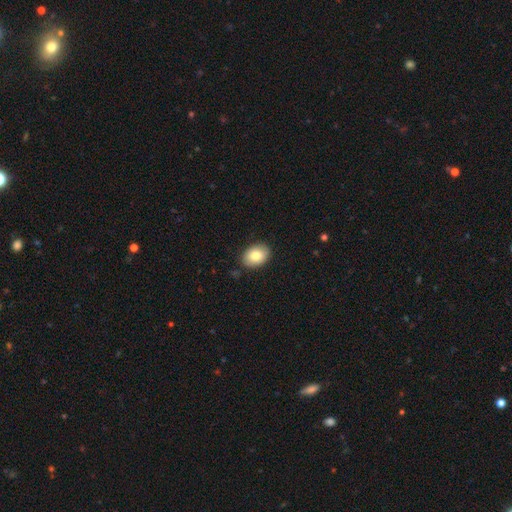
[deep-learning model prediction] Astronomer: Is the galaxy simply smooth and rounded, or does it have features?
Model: smooth — 81%.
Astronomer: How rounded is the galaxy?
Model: in between — 79%.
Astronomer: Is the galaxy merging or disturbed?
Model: none — 87%.